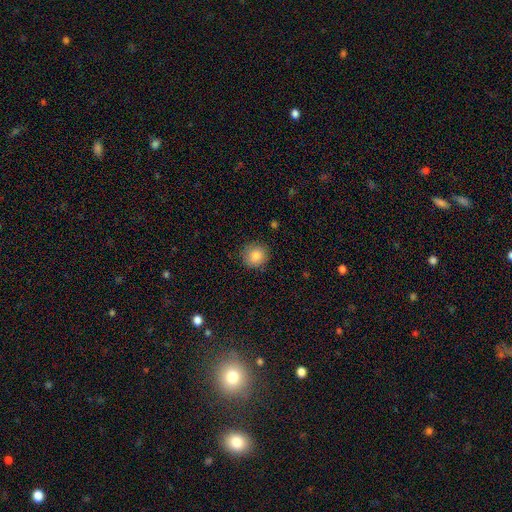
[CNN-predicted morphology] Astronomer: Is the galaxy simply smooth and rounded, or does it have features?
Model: smooth — 85%.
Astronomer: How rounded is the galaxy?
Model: round — 90%.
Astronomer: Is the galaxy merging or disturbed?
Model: none — 86%.